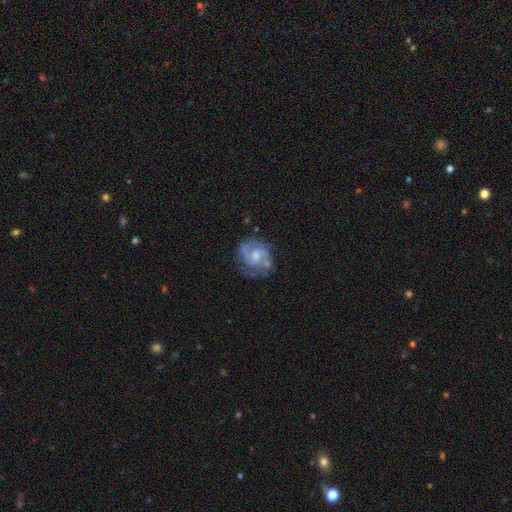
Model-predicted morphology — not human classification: Smooth or featured? Predicted: featured or disk (p=0.83). Edge-on disk? Predicted: no (p=0.98). Bar? Predicted: no (p=0.50). Spiral arms? Predicted: yes (p=0.95). Spiral winding? Predicted: medium (p=0.51). Spiral arm count? Predicted: 2 (p=0.79). Bulge size? Predicted: moderate (p=0.46). Merging? Predicted: none (p=0.68).